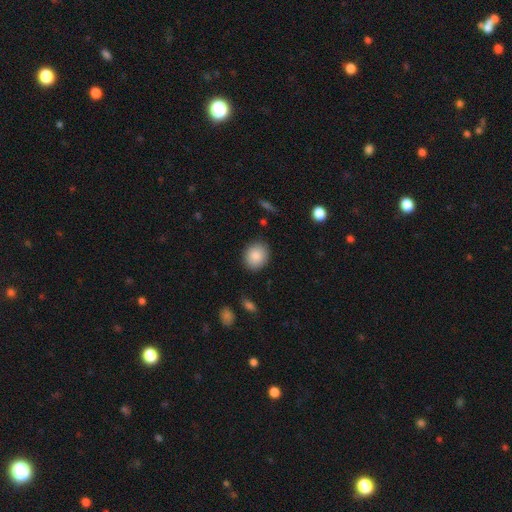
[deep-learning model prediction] smooth_or_featured: smooth (p=0.86) [alt: star or artifact p=0.08]
how_rounded: round (p=0.65) [alt: in between p=0.34]
merging: none (p=0.88) [alt: minor disturbance p=0.08]